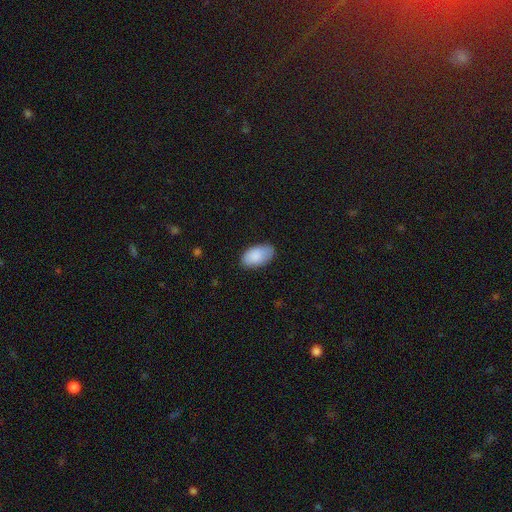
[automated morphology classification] type=smooth (88%); roundness=in between (95%); merging=none (79%).